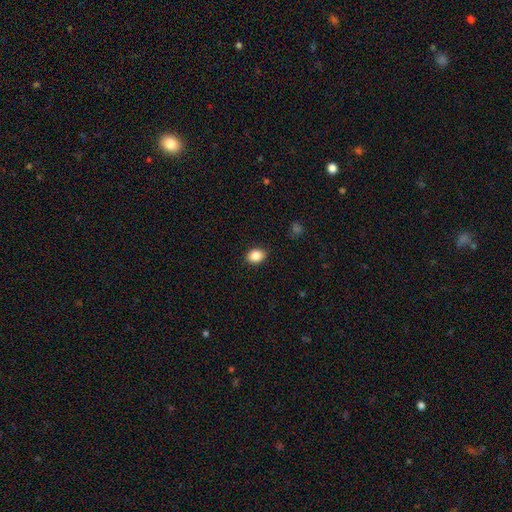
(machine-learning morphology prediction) smooth_or_featured: smooth (p=0.87) [alt: star or artifact p=0.09]
how_rounded: in between (p=0.63) [alt: round p=0.36]
merging: none (p=0.88) [alt: minor disturbance p=0.08]